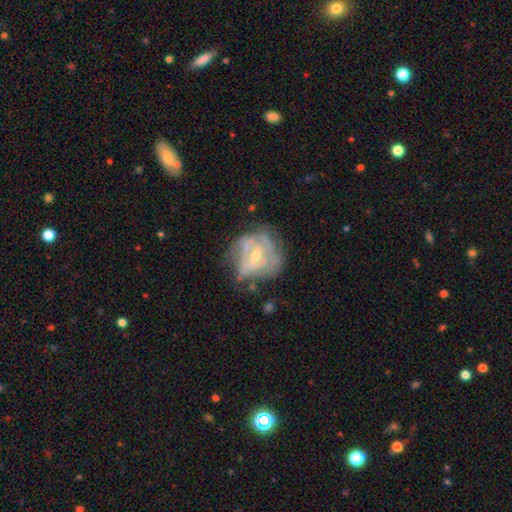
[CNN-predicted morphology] Overall: featured or disk (75%). Edge-on disk: no (97%). Bar: no (44%; weak 42%). Spiral arms: yes (66%; no 34%). Bulge size: small (49%; moderate 46%). Merging: none (51%; minor disturbance 27%).